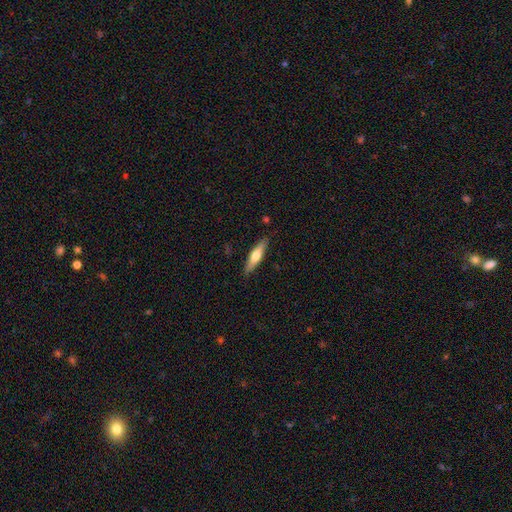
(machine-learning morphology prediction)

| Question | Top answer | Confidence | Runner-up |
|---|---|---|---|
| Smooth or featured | smooth | 53% | featured or disk (41%) |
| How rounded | cigar-shaped | 72% | in between (26%) |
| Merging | none | 87% | minor disturbance (10%) |